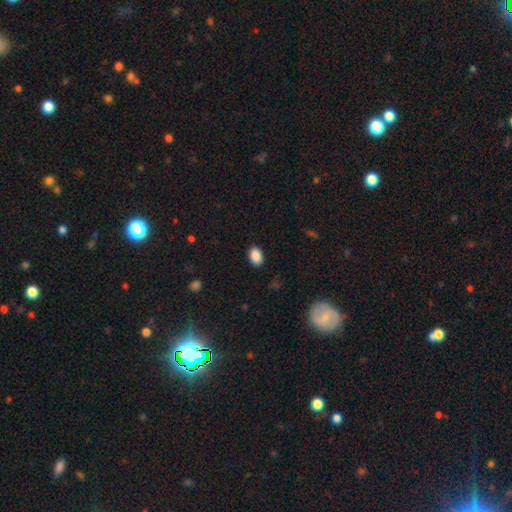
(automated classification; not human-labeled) This appears to be a smooth galaxy with no disk features (90%) that is in between round and cigar-shaped (87%). Merging: none (89%).